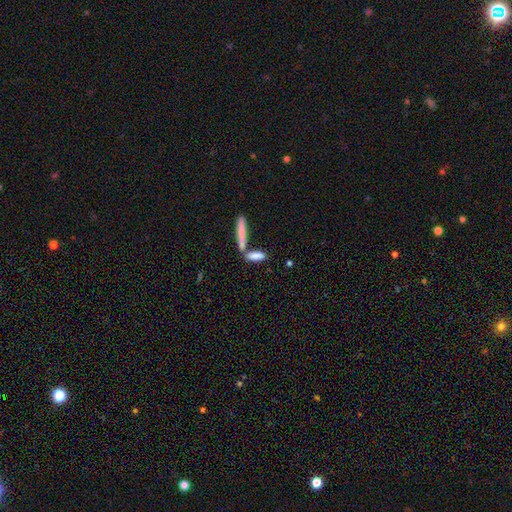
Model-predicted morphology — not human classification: Q: Smooth or featured?
A: smooth (79%); runner-up: featured or disk (14%)
Q: How rounded?
A: cigar-shaped (67%); runner-up: in between (31%)
Q: Merging?
A: none (57%); runner-up: merger (29%)